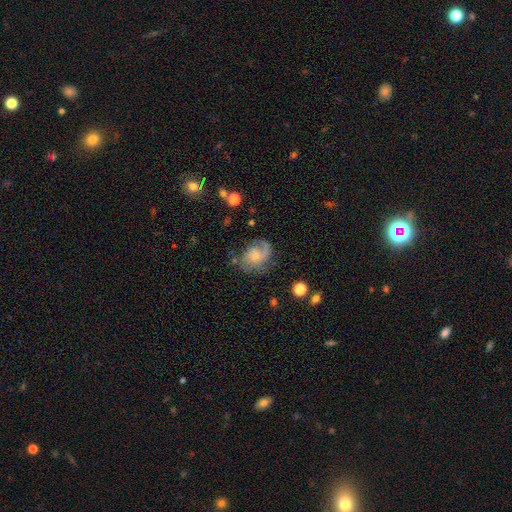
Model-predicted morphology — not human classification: Q: Smooth or featured?
A: featured or disk (65%); runner-up: smooth (26%)
Q: Edge-on disk?
A: no (97%); runner-up: yes (3%)
Q: Bar?
A: no (72%); runner-up: weak (25%)
Q: Spiral arms?
A: yes (90%); runner-up: no (10%)
Q: Spiral winding?
A: medium (43%); runner-up: tight (30%)
Q: Spiral arm count?
A: 1 (43%); runner-up: 2 (34%)
Q: Bulge size?
A: small (54%); runner-up: moderate (25%)
Q: Merging?
A: none (55%); runner-up: minor disturbance (23%)